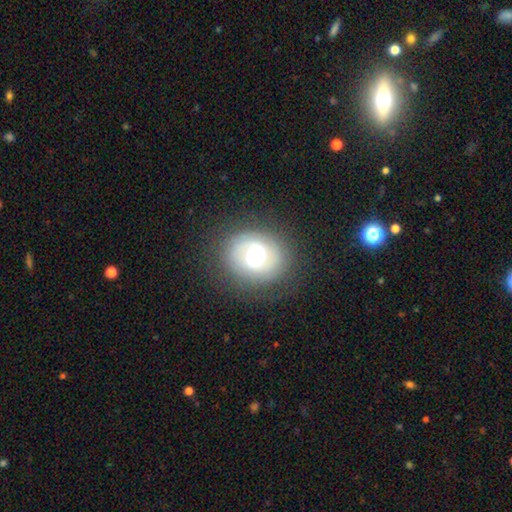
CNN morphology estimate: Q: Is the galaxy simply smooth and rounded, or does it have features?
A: featured or disk — 55%.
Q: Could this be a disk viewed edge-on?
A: no — 97%.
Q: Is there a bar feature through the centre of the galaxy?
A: weak — 46%.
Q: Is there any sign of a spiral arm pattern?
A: yes — 77%.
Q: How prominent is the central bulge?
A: moderate — 57%.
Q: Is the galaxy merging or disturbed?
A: none — 78%.